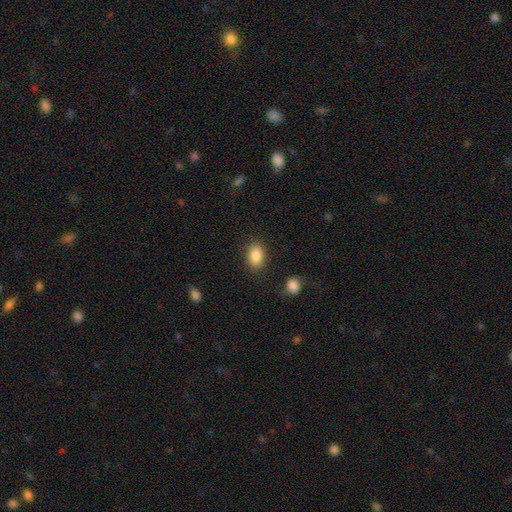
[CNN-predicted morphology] Smooth or featured? smooth (87%)
How rounded? in between (87%)
Merging? none (85%)